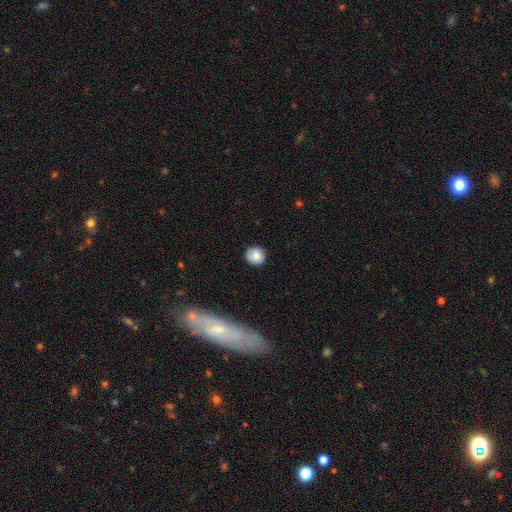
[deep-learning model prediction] This is clearly a smooth galaxy (84%). How rounded: clearly round (92%). Merging: clearly none (87%).